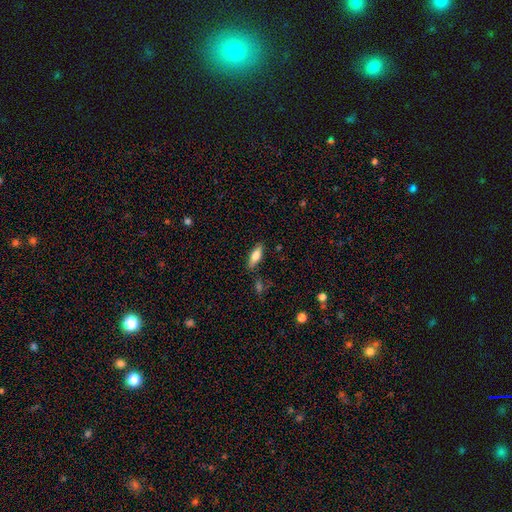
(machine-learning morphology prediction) A smooth galaxy with no disk features (67%) that is in between round and cigar-shaped (62%).

Vote fractions:
- Smooth or featured? smooth: 67% / featured or disk: 26% / star or artifact: 7%
- How rounded? in between: 62% / cigar-shaped: 36% / round: 2%
- Merging? none: 82% / minor disturbance: 12% / merger: 3% / major disturbance: 3%